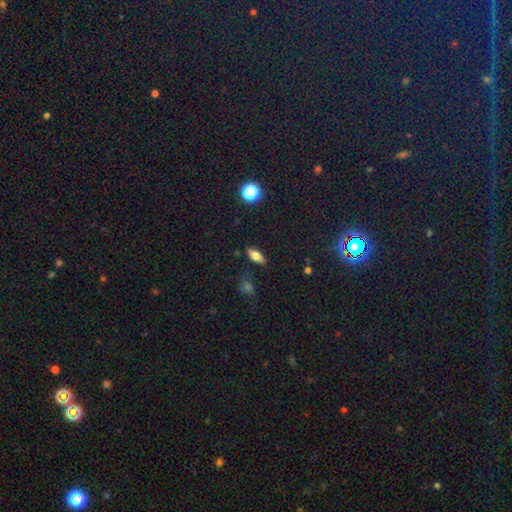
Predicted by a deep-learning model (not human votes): The model was most divided on "smooth or featured": smooth: 69%, featured or disk: 21%, star or artifact: 11%. More confident: merging — none (84%); how rounded — in between (76%).